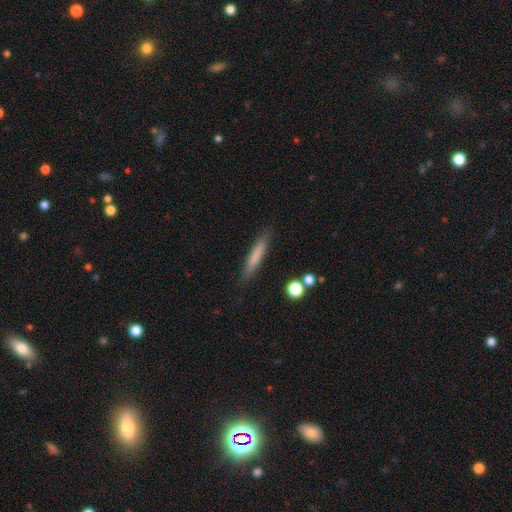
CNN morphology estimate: Smooth or featured: smooth — 74% (featured or disk — 18%)
How rounded: cigar-shaped — 92% (in between — 7%)
Merging: none — 87% (minor disturbance — 9%)